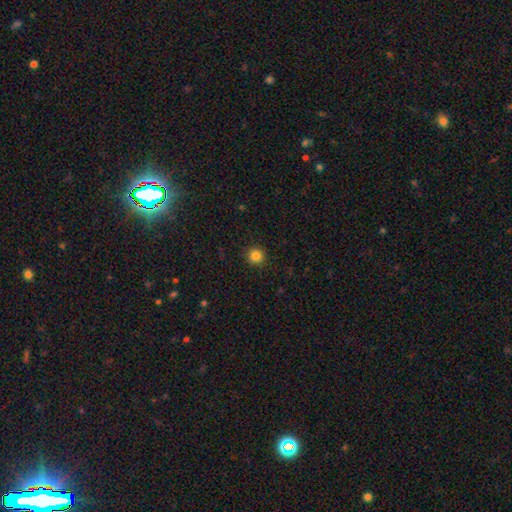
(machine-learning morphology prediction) Smooth or featured: smooth — 85% (star or artifact — 12%)
How rounded: round — 94% (in between — 5%)
Merging: none — 91% (minor disturbance — 6%)